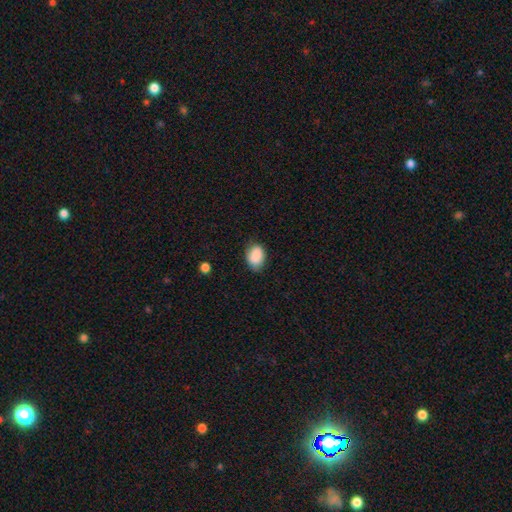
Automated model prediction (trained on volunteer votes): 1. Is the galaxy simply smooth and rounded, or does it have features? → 88% smooth, 8% star or artifact, 5% featured or disk.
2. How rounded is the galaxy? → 77% in between, 22% round, 1% cigar-shaped.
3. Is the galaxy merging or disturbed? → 73% none, 21% minor disturbance, 4% major disturbance, 1% merger.